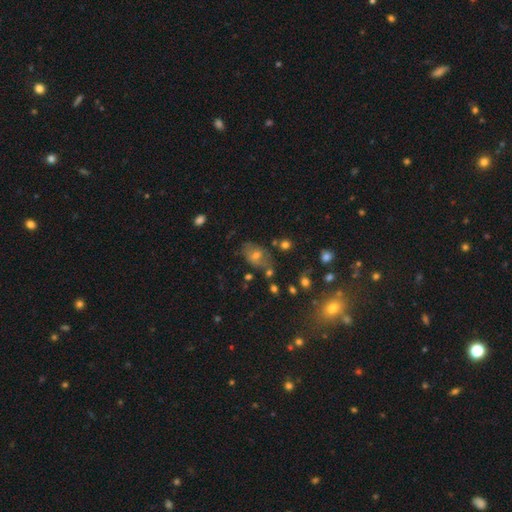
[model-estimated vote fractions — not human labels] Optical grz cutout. It shows a smooth galaxy with no disk features (56%) that is in between round and cigar-shaped (79%). Merging: none (53%).